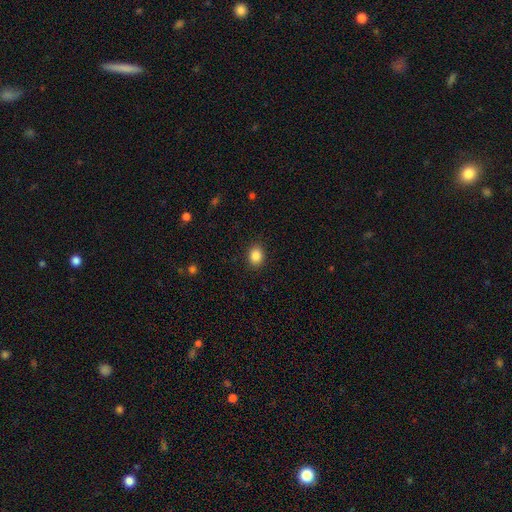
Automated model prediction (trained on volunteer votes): smooth 87%, star or artifact 9%, featured or disk 4%. Down the decision tree: how rounded — in between (52%); merging — none (90%).